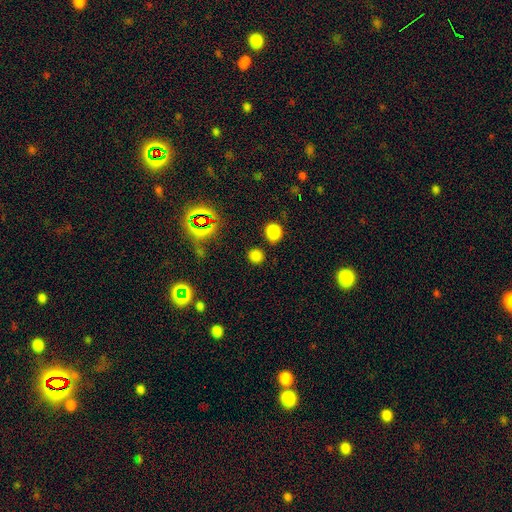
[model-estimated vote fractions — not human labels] Smooth or featured? smooth (74%)
How rounded? round (84%)
Merging? none (84%)